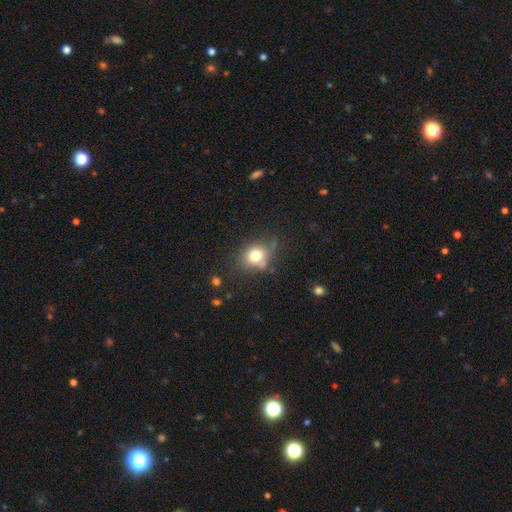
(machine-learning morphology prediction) A smooth galaxy with no disk features (76%) that is round (64%). Merging: none (61%).